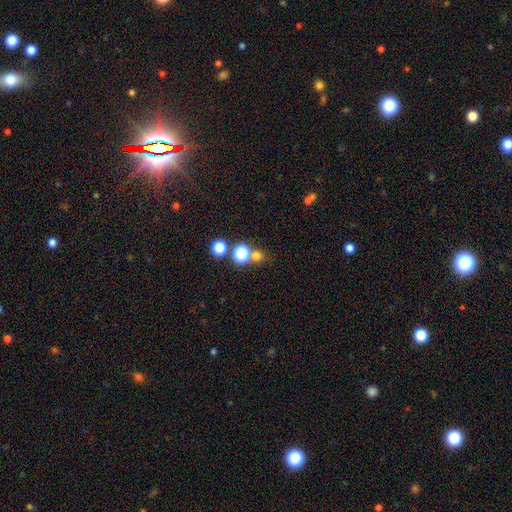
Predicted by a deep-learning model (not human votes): Smooth or featured?
  - smooth: 68% *
  - star or artifact: 25%
  - featured or disk: 7%
How rounded?
  - round: 86% *
  - in between: 12%
  - cigar-shaped: 1%
Merging?
  - none: 65% *
  - merger: 24%
  - minor disturbance: 7%
  - major disturbance: 4%